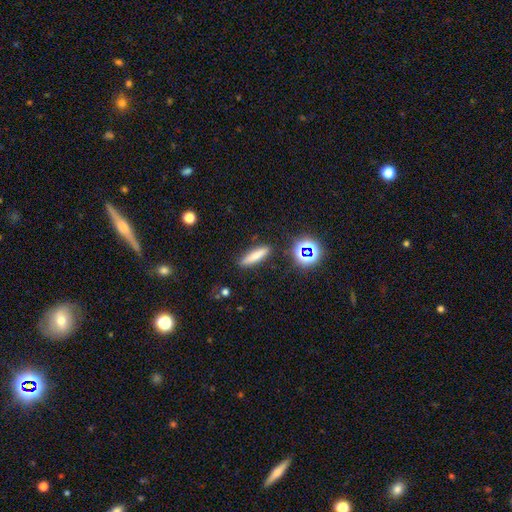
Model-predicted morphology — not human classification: Smooth or featured? smooth (73%)
How rounded? cigar-shaped (79%)
Merging? none (86%)